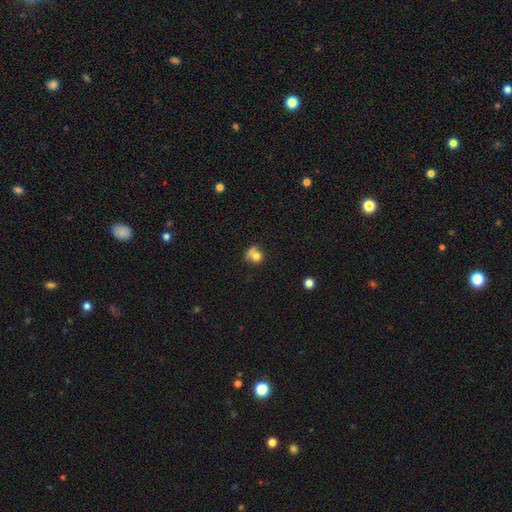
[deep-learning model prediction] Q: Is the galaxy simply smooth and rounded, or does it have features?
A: smooth — 73%.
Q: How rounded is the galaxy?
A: round — 77%.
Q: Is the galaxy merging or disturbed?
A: merger — 39%.